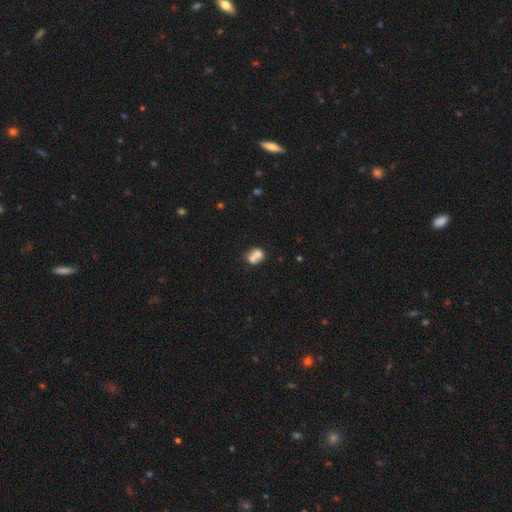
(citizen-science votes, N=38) Smooth or featured? smooth (66%)
How rounded? in between (52%)
Merging? merger (69%)